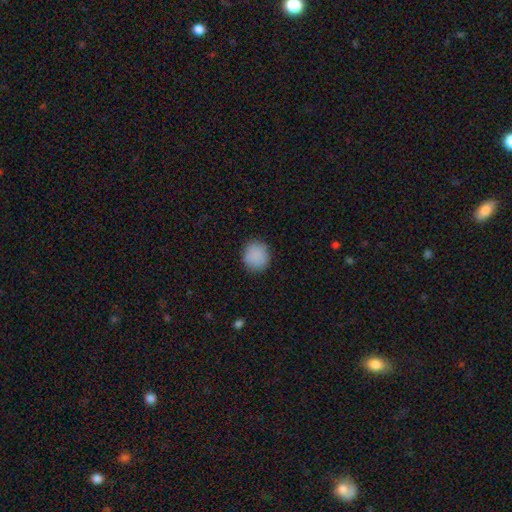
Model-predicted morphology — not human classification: Q: Smooth or featured?
A: smooth (88%); runner-up: star or artifact (8%)
Q: How rounded?
A: round (88%); runner-up: in between (11%)
Q: Merging?
A: none (89%); runner-up: minor disturbance (8%)